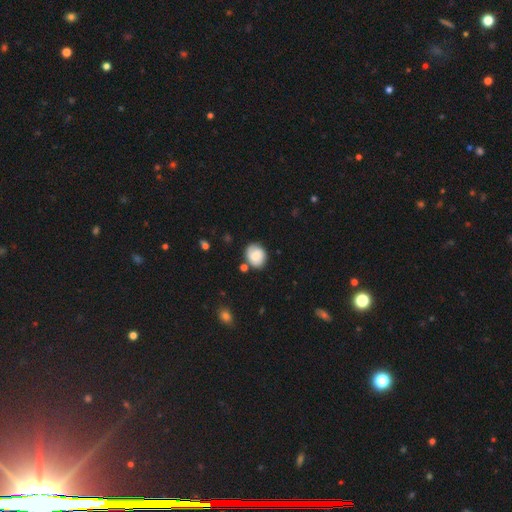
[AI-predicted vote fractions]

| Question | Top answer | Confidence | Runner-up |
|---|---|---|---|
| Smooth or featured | smooth | 73% | featured or disk (19%) |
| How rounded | round | 57% | in between (42%) |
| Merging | none | 72% | minor disturbance (18%) |